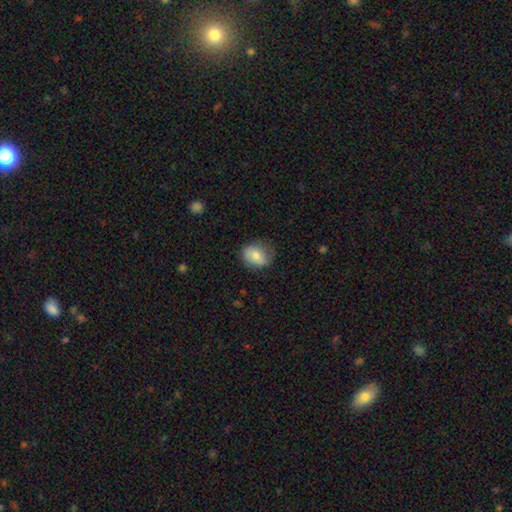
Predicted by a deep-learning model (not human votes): Q: Smooth or featured?
A: smooth (72%); runner-up: featured or disk (21%)
Q: How rounded?
A: in between (50%); runner-up: round (49%)
Q: Merging?
A: none (67%); runner-up: minor disturbance (24%)